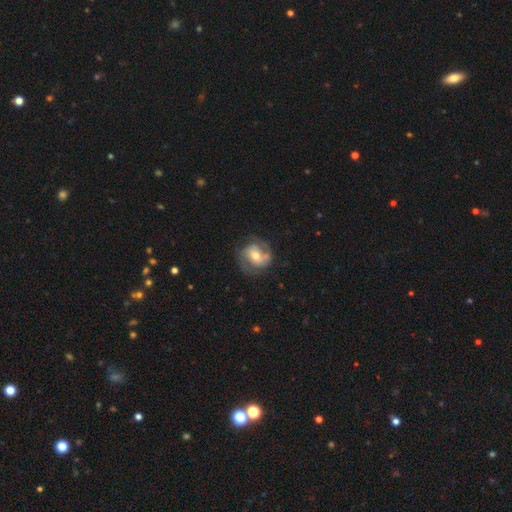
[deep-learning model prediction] A featured or disk galaxy (70%) with no bar (48%), 2 (77%) medium (46%) spiral arms (87%) and a moderate central bulge (63%).

Vote fractions:
- Smooth or featured? featured or disk: 70% / smooth: 23% / star or artifact: 7%
- Edge-on disk? no: 97% / yes: 3%
- Bar? no: 48% / weak: 36% / strong: 16%
- Spiral arms? yes: 87% / no: 13%
- Spiral winding? medium: 46% / tight: 32% / loose: 21%
- Spiral arm count? 2: 77% / can't tell: 11% / 1: 5% / 3: 4% / 4: 1% / more than 4: 1%
- Bulge size? moderate: 63% / small: 29% / large: 6% / none: 1% / dominant: 1%
- Merging? none: 67% / minor disturbance: 19% / major disturbance: 11% / merger: 2%